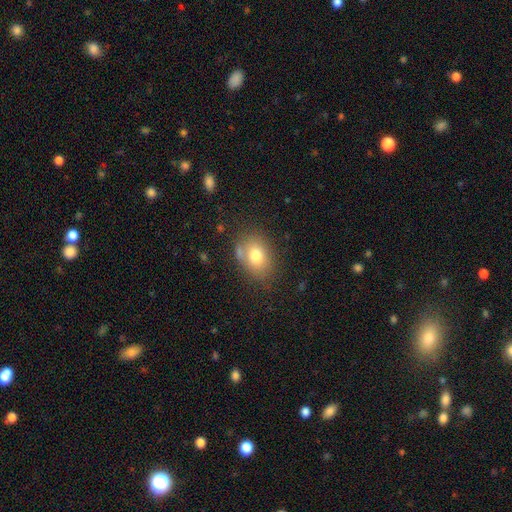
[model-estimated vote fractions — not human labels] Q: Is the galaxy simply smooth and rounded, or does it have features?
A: smooth — 76%.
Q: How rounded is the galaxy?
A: in between — 70%.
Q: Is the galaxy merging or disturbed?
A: none — 66%.